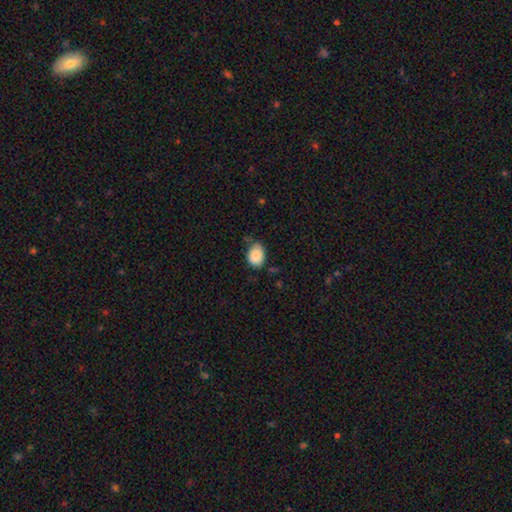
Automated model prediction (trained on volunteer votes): The model was most divided on "merging": none: 60%, minor disturbance: 31%, major disturbance: 6%, merger: 3%. More confident: smooth or featured — smooth (87%); how rounded — in between (72%).